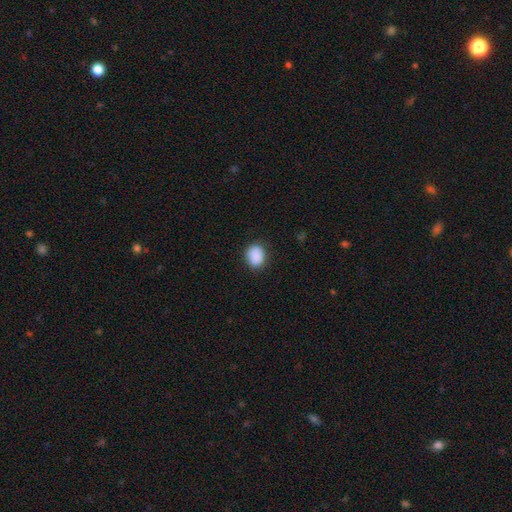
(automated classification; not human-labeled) smooth-or-featured: smooth: 90% | star or artifact: 8% | featured or disk: 3%
  how-rounded: in between: 51% | round: 48% | cigar-shaped: 1%
  merging: none: 85% | minor disturbance: 11% | major disturbance: 3% | merger: 1%